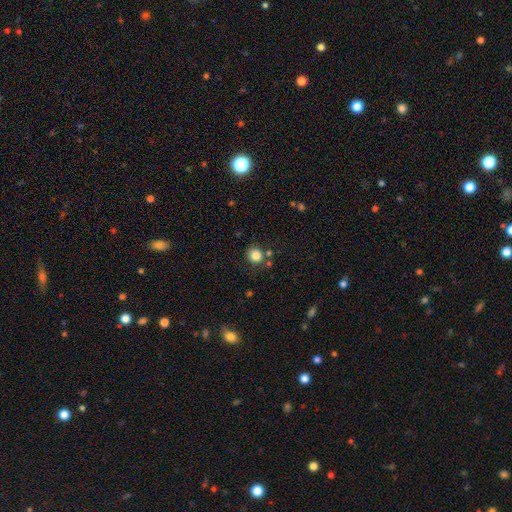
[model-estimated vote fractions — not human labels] Q: Smooth or featured?
A: smooth (83%); runner-up: star or artifact (11%)
Q: How rounded?
A: round (88%); runner-up: in between (11%)
Q: Merging?
A: none (78%); runner-up: minor disturbance (10%)